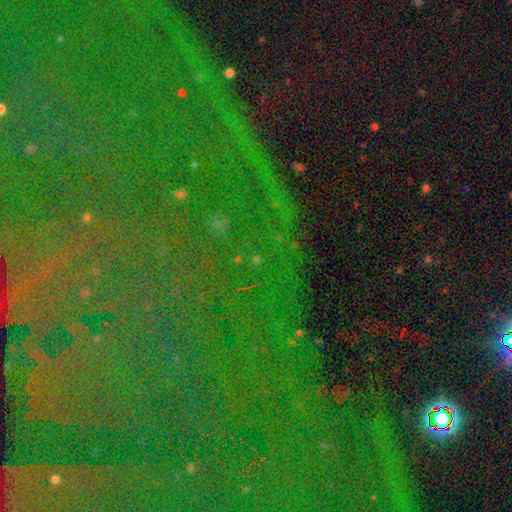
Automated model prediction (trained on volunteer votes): Smooth or featured: star or artifact — 83% (featured or disk — 9%)